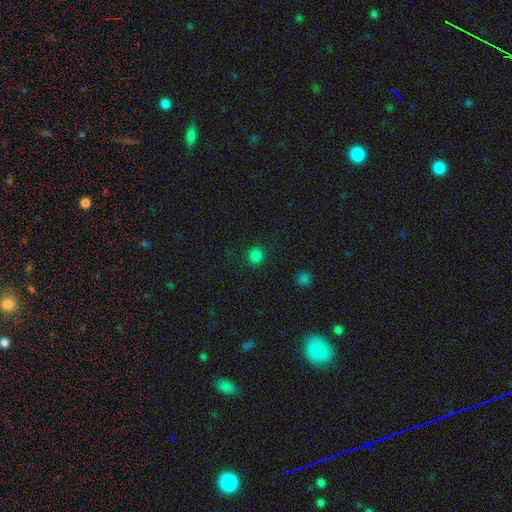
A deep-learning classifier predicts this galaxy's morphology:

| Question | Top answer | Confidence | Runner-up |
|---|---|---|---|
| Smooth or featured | smooth | 82% | star or artifact (15%) |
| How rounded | round | 90% | in between (9%) |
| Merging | none | 89% | minor disturbance (7%) |